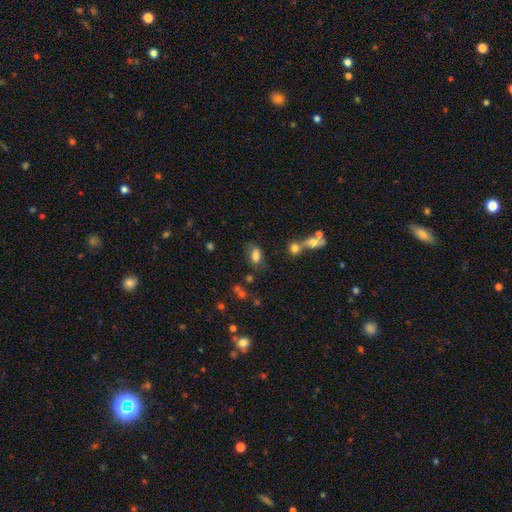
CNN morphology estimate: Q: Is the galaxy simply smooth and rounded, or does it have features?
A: smooth — 77%.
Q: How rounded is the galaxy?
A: in between — 86%.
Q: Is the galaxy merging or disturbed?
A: none — 55%.